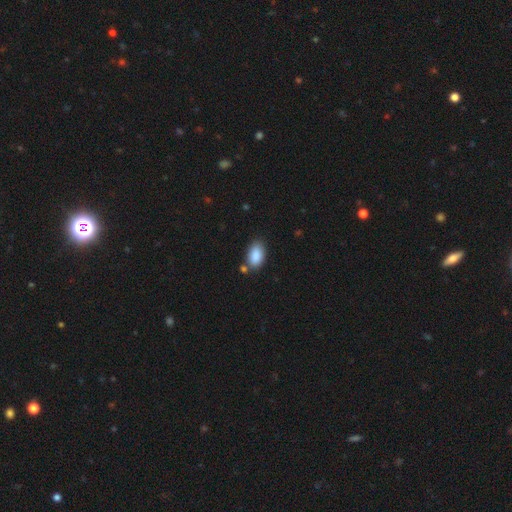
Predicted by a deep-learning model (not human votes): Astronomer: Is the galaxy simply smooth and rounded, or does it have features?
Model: smooth — 89%.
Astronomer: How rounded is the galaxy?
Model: in between — 93%.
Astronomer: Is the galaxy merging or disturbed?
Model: none — 73%.